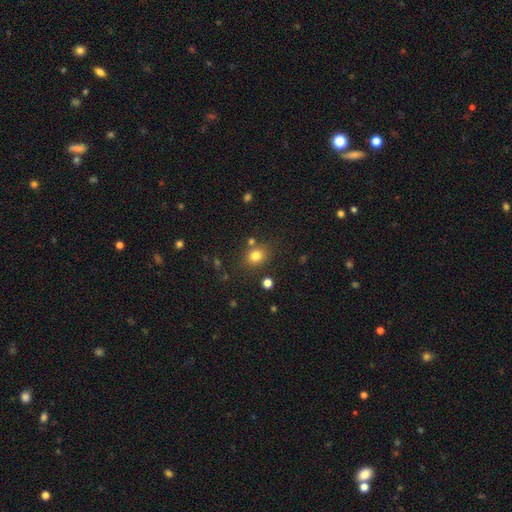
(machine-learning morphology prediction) A smooth galaxy with no disk features (79%) that is round (64%).

Vote fractions:
- Smooth or featured? smooth: 79% / star or artifact: 14% / featured or disk: 7%
- How rounded? round: 64% / in between: 35% / cigar-shaped: 1%
- Merging? none: 75% / minor disturbance: 11% / merger: 9% / major disturbance: 4%